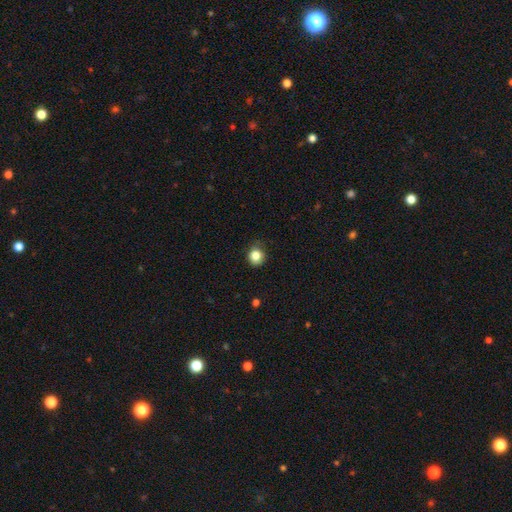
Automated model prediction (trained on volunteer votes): Q: Smooth or featured?
A: smooth (84%); runner-up: star or artifact (11%)
Q: How rounded?
A: round (85%); runner-up: in between (14%)
Q: Merging?
A: none (74%); runner-up: minor disturbance (21%)